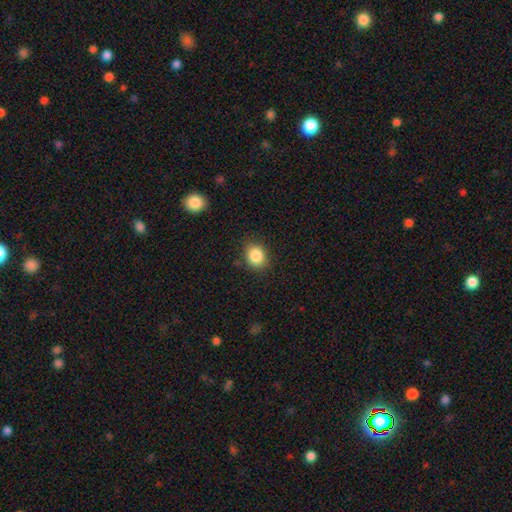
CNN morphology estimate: smooth_or_featured: smooth (p=0.86) [alt: star or artifact p=0.10]
how_rounded: round (p=0.60) [alt: in between p=0.39]
merging: none (p=0.83) [alt: minor disturbance p=0.12]